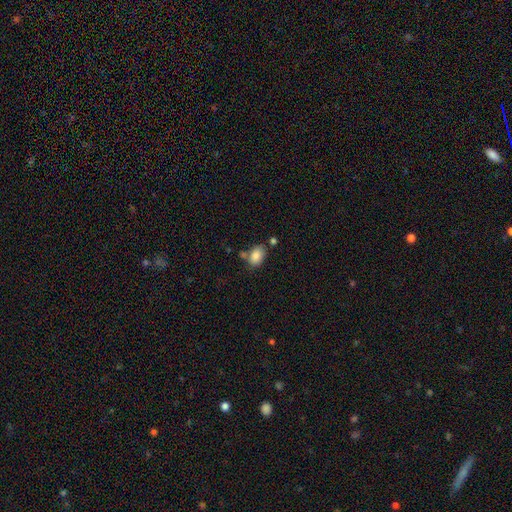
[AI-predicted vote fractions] Morphology: type=smooth (85%); roundness=in between (86%); merging=none (65%).